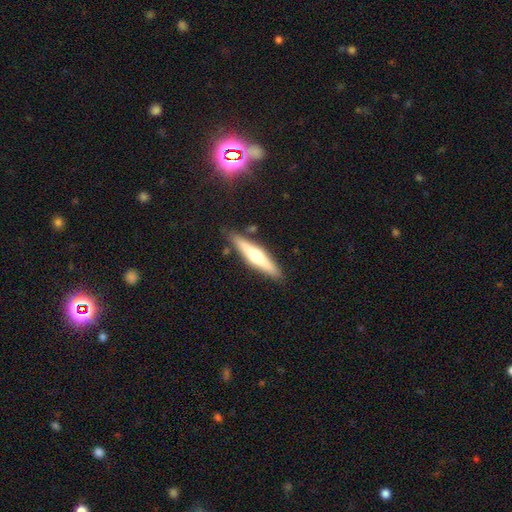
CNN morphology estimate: Smooth or featured: featured or disk — 60% (smooth — 35%)
Edge-on disk: yes — 95% (no — 5%)
Edge-on bulge: rounded — 92% (none — 4%)
Merging: none — 85% (minor disturbance — 10%)